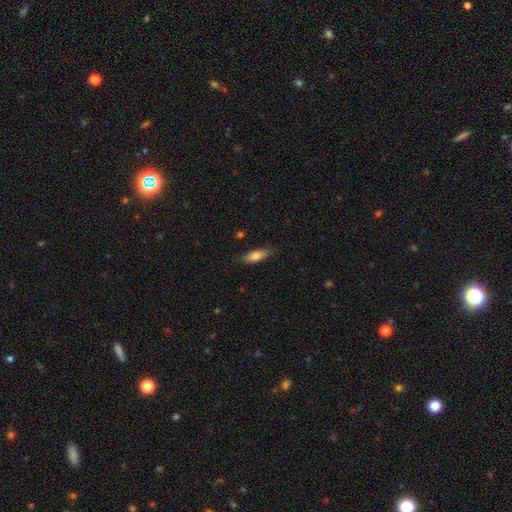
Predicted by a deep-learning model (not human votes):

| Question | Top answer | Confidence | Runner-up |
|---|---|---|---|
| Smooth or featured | smooth | 75% | featured or disk (18%) |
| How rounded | in between | 57% | cigar-shaped (40%) |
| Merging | none | 81% | minor disturbance (15%) |